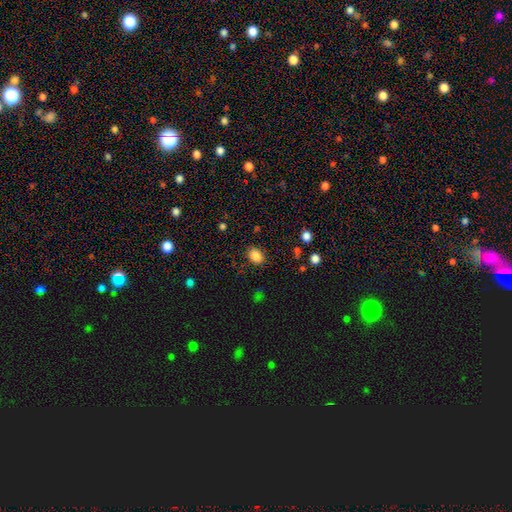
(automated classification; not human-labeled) A smooth galaxy with no disk features (86%) that is in between round and cigar-shaped (70%). Merging: none (85%).